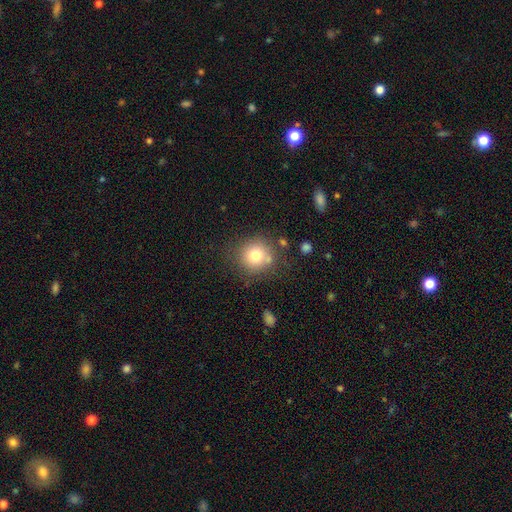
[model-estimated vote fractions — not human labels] Q: Smooth or featured?
A: smooth (76%); runner-up: star or artifact (12%)
Q: How rounded?
A: round (91%); runner-up: in between (8%)
Q: Merging?
A: none (76%); runner-up: minor disturbance (12%)